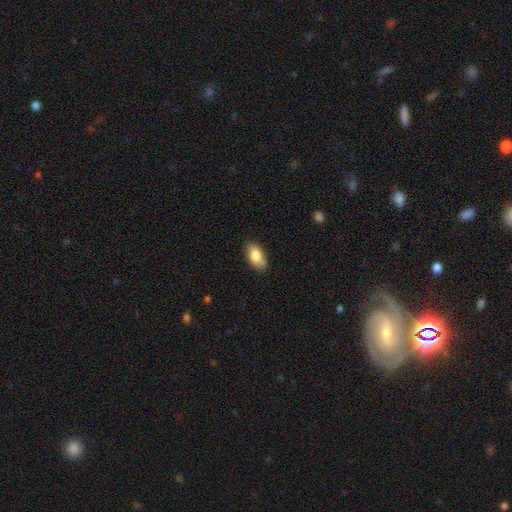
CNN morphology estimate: A smooth galaxy with no disk features (83%) that is in between round and cigar-shaped (92%).

Vote fractions:
- Smooth or featured? smooth: 83% / featured or disk: 10% / star or artifact: 7%
- How rounded? in between: 92% / round: 5% / cigar-shaped: 3%
- Merging? none: 74% / minor disturbance: 20% / major disturbance: 3% / merger: 3%